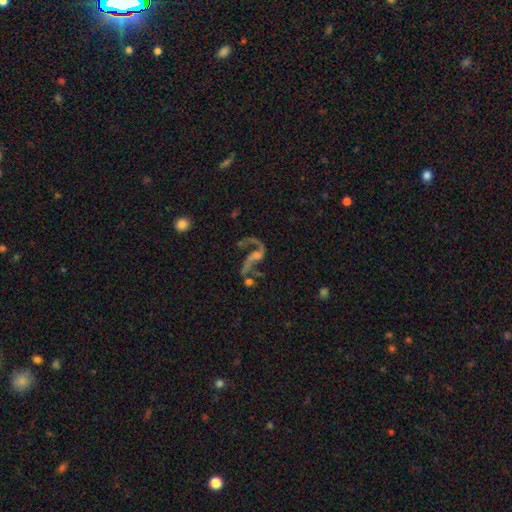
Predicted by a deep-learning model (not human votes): Smooth or featured?
  - featured or disk: 82% *
  - star or artifact: 11%
  - smooth: 7%
Edge-on disk?
  - no: 96% *
  - yes: 4%
Bar?
  - no: 49% *
  - weak: 32%
  - strong: 19%
Spiral arms?
  - yes: 92% *
  - no: 8%
Spiral winding?
  - loose: 78% *
  - medium: 18%
  - tight: 4%
Spiral arm count?
  - 2: 85% *
  - 1: 9%
  - can't tell: 2%
  - 3: 2%
  - 4: 1%
  - more than 4: 1%
Bulge size?
  - small: 47% *
  - moderate: 27%
  - none: 20%
  - large: 4%
  - dominant: 2%
Merging?
  - none: 46% *
  - major disturbance: 26%
  - minor disturbance: 15%
  - merger: 13%